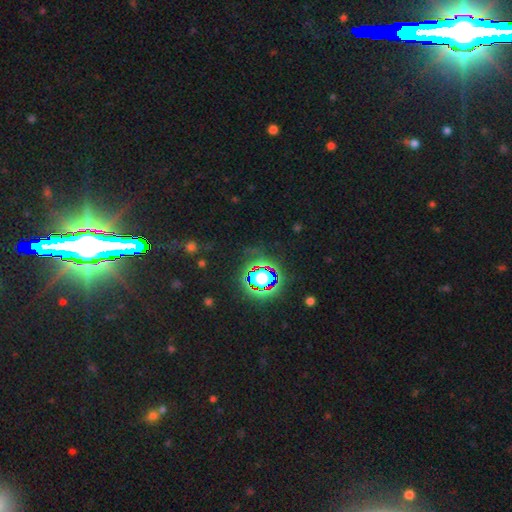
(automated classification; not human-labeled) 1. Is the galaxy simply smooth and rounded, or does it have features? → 82% star or artifact, 10% smooth, 8% featured or disk.